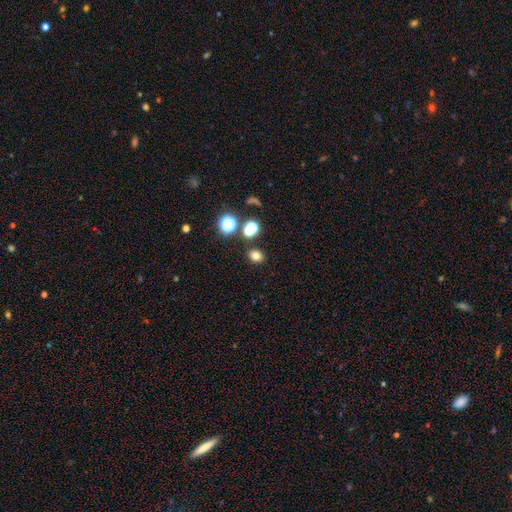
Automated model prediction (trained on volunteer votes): smooth_or_featured: smooth (p=0.75) [alt: star or artifact p=0.18]
how_rounded: round (p=0.55) [alt: in between p=0.44]
merging: none (p=0.84) [alt: minor disturbance p=0.08]